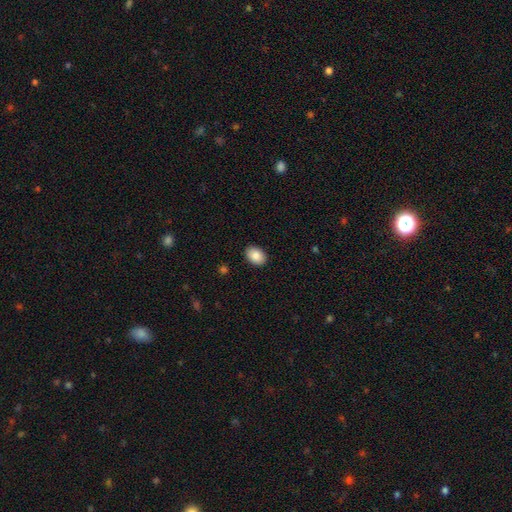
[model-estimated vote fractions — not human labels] Morphology: type=smooth (87%); roundness=in between (79%); merging=none (90%).